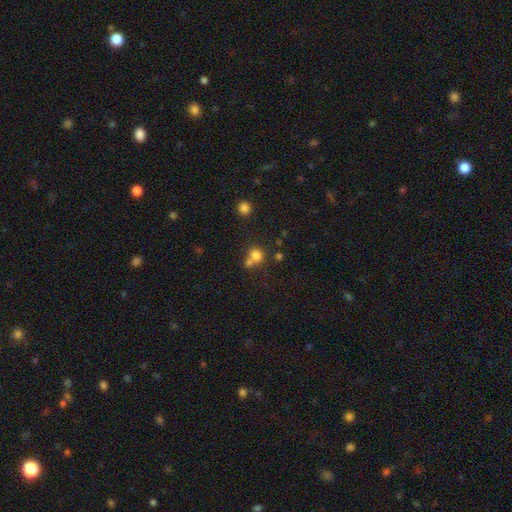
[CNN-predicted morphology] Overall: smooth (77%). How rounded: round (77%). Merging: none (44%; merger 43%).